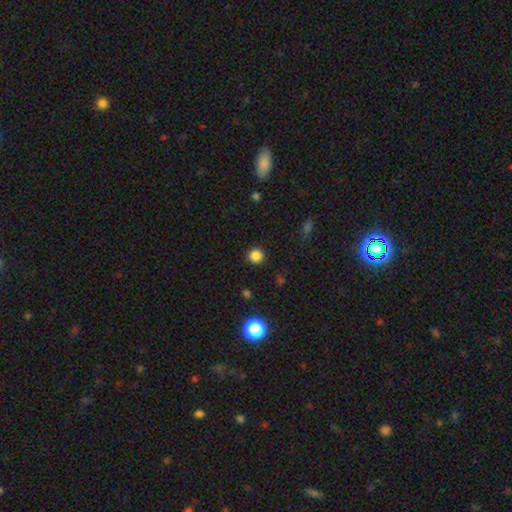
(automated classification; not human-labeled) This appears to be a smooth galaxy with no disk features (83%) that is round (93%). Merging: none (91%).